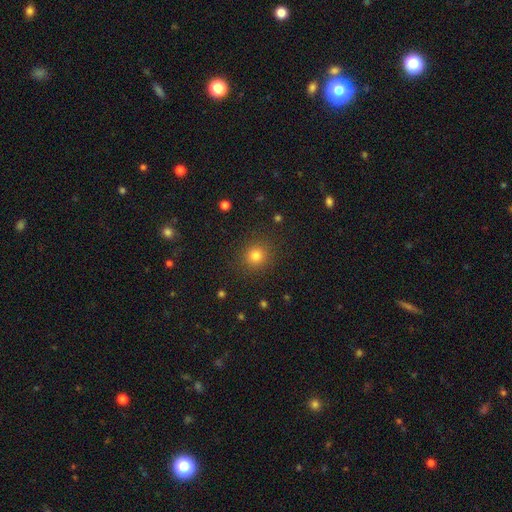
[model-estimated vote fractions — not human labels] The model was most divided on "smooth or featured": smooth: 80%, star or artifact: 14%, featured or disk: 6%. More confident: how rounded — round (90%); merging — none (89%).